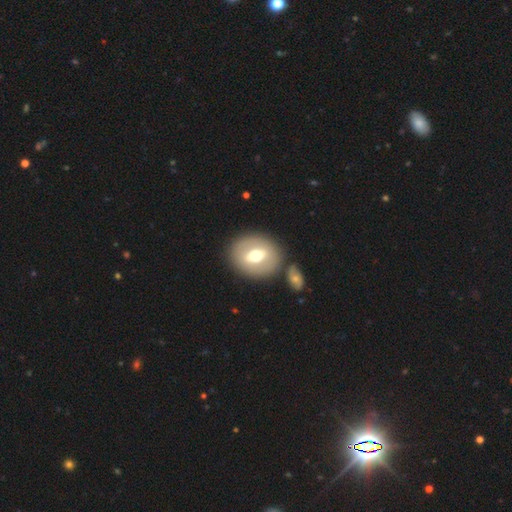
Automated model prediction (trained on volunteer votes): smooth 53%, featured or disk 40%, star or artifact 7%. Down the decision tree: how rounded — round (60%); merging — none (78%).